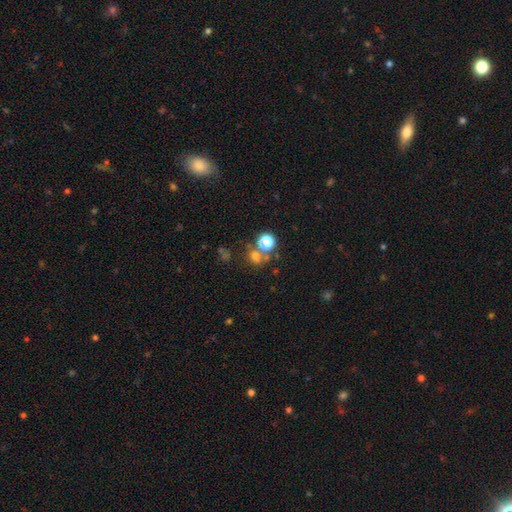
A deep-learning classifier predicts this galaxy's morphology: Smooth or featured?
  - smooth: 66% *
  - star or artifact: 23%
  - featured or disk: 11%
How rounded?
  - round: 79% *
  - in between: 20%
  - cigar-shaped: 1%
Merging?
  - none: 54% *
  - merger: 30%
  - minor disturbance: 9%
  - major disturbance: 6%